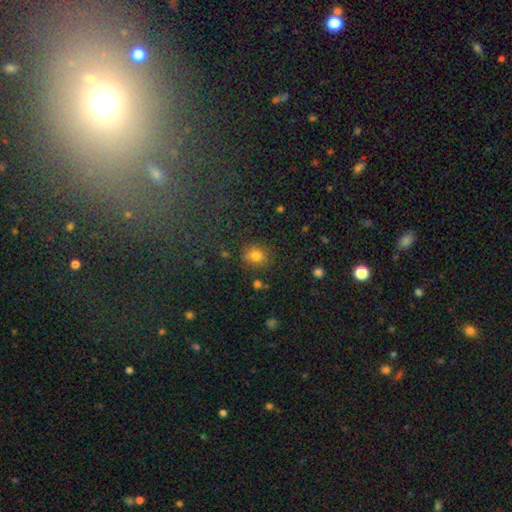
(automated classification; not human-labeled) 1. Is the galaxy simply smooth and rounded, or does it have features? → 79% smooth, 15% star or artifact, 7% featured or disk.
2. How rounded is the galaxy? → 73% round, 26% in between, 1% cigar-shaped.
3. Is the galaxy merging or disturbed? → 79% none, 13% minor disturbance, 4% major disturbance, 4% merger.